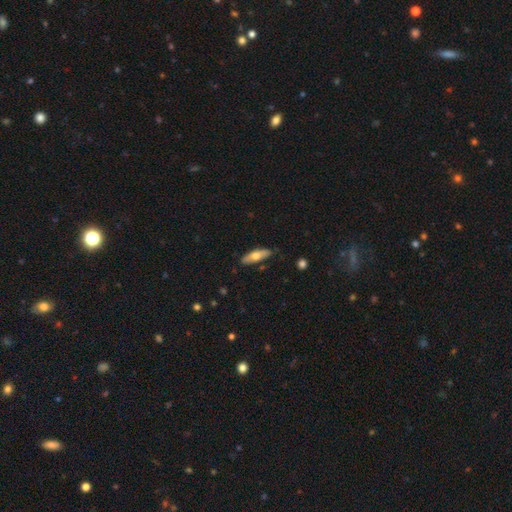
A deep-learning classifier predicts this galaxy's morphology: smooth 61%, featured or disk 34%, star or artifact 6%. Down the decision tree: how rounded — in between (55%); merging — none (81%).